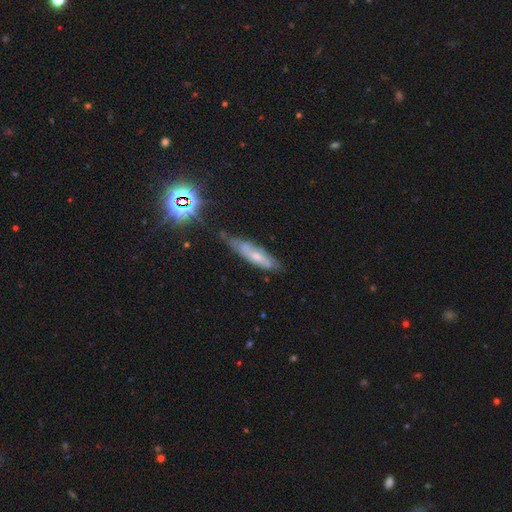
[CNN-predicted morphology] Smooth or featured: featured or disk — 56% (smooth — 32%)
Edge-on disk: no — 61% (yes — 39%)
Merging: none — 52% (minor disturbance — 33%)